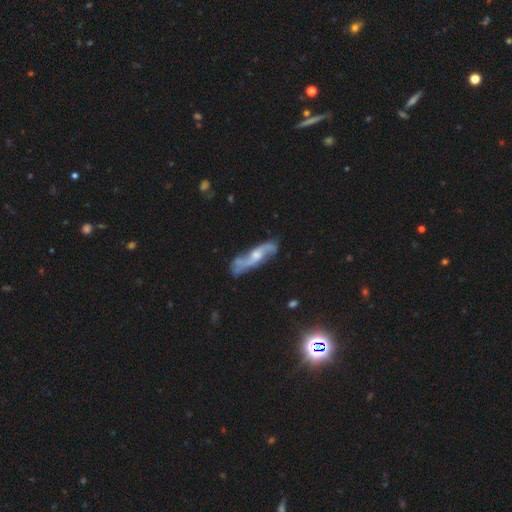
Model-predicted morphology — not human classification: Smooth or featured: featured or disk — 80% (smooth — 14%)
Edge-on disk: no — 79% (yes — 21%)
Bar: no — 53% (weak — 38%)
Spiral arms: yes — 93% (no — 7%)
Spiral winding: loose — 60% (medium — 31%)
Spiral arm count: 2 — 88% (can't tell — 6%)
Bulge size: moderate — 56% (small — 33%)
Merging: none — 65% (minor disturbance — 21%)